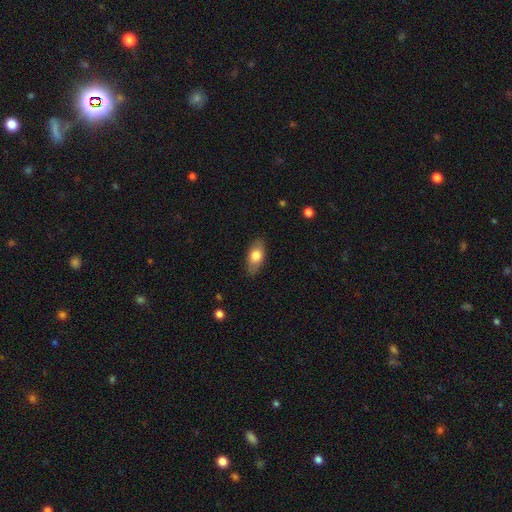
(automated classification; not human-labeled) smooth 75%, featured or disk 18%, star or artifact 6%. Down the decision tree: how rounded — in between (88%); merging — none (85%).